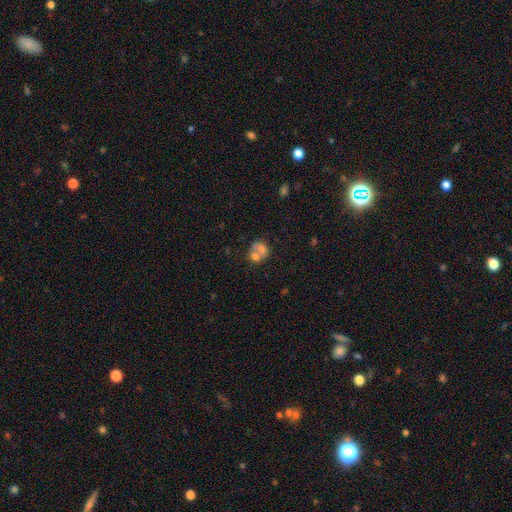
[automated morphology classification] This appears to be a smooth galaxy with no disk features (63%) that is round (60%). Merging: merger (58%).